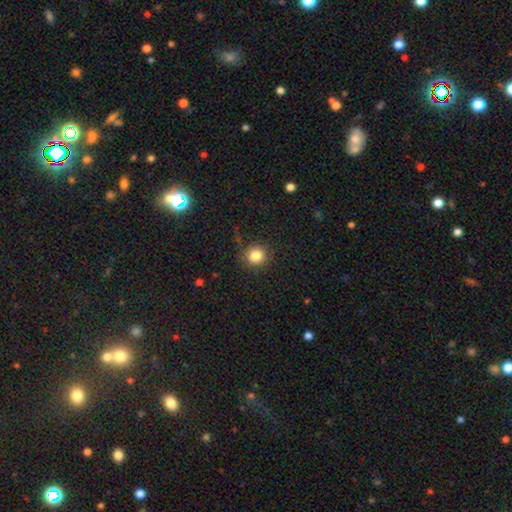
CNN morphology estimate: This is clearly a smooth galaxy (83%). How rounded: clearly round (90%). Merging: clearly none (87%).